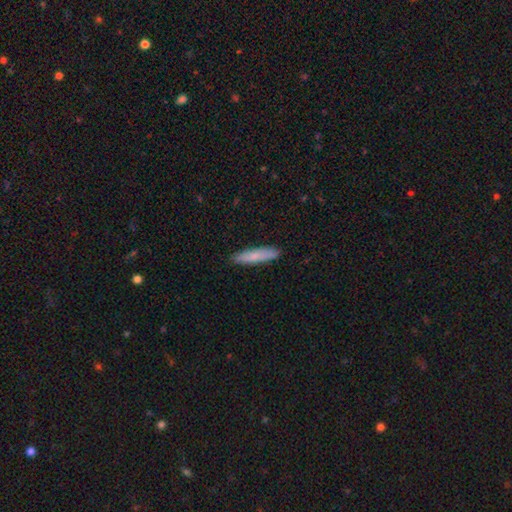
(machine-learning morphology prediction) Overall: smooth (75%). How rounded: cigar-shaped (84%). Merging: none (89%).